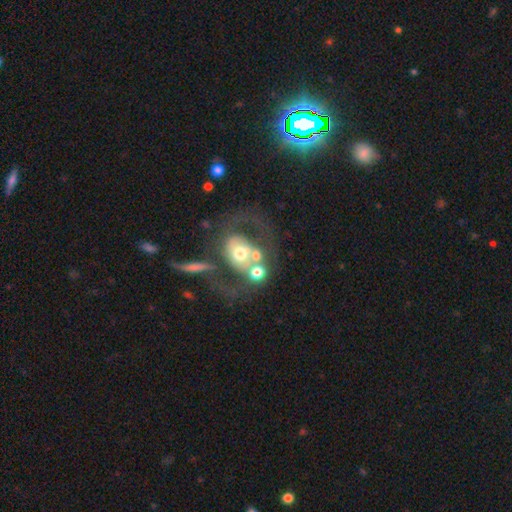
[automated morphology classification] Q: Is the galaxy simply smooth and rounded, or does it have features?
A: featured or disk — 56%.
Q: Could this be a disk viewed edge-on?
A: no — 95%.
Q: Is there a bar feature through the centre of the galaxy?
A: no — 76%.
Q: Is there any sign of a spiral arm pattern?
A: no — 55%.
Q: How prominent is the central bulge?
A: moderate — 57%.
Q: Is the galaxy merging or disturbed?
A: merger — 36%.